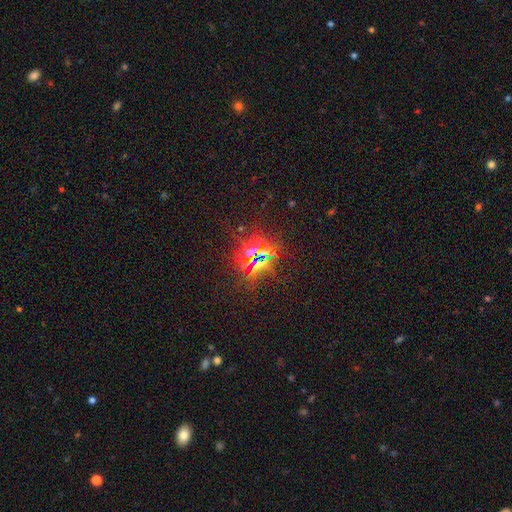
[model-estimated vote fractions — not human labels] A star or artifact, not a galaxy (76%).

Vote fractions:
- Smooth or featured? star or artifact: 76% / smooth: 14% / featured or disk: 10%